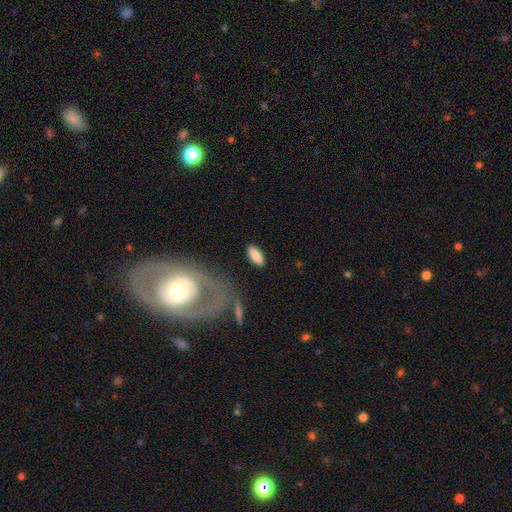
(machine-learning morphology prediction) Q: Smooth or featured?
A: smooth (86%); runner-up: featured or disk (8%)
Q: How rounded?
A: in between (74%); runner-up: cigar-shaped (23%)
Q: Merging?
A: none (84%); runner-up: minor disturbance (10%)